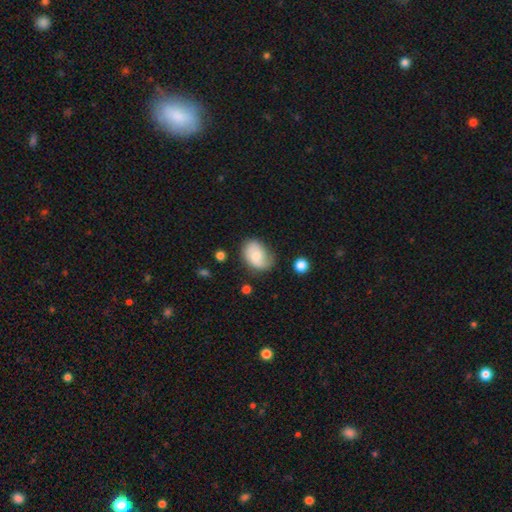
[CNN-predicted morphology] smooth 69%, featured or disk 24%, star or artifact 8%. Down the decision tree: how rounded — in between (78%); merging — none (58%).